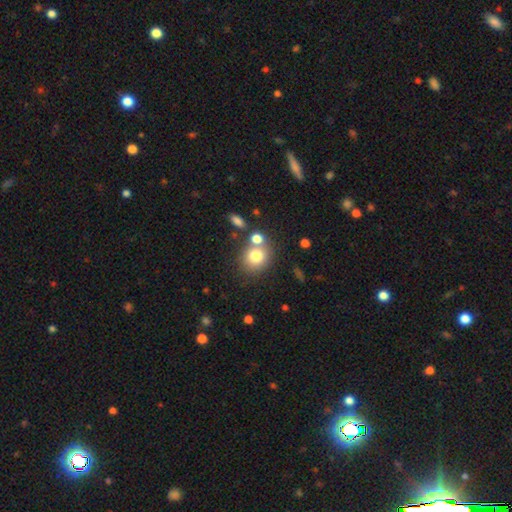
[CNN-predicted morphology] smooth_or_featured: smooth (p=0.77) [alt: featured or disk p=0.12]
how_rounded: round (p=0.76) [alt: in between p=0.23]
merging: none (p=0.60) [alt: merger p=0.25]